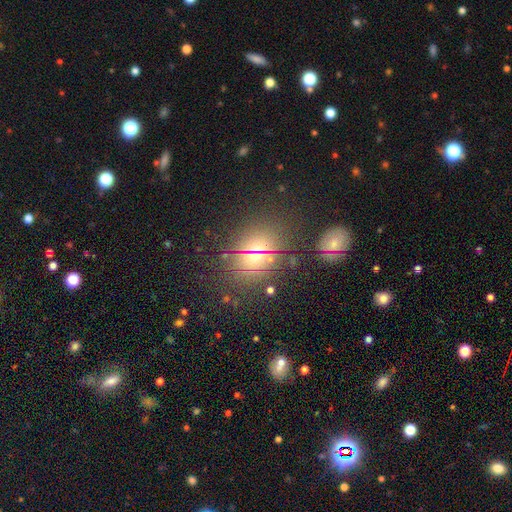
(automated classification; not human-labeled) Smooth or featured?
  - smooth: 51% *
  - star or artifact: 34%
  - featured or disk: 15%
How rounded?
  - round: 50% *
  - in between: 48%
  - cigar-shaped: 2%
Merging?
  - none: 79% *
  - minor disturbance: 11%
  - major disturbance: 5%
  - merger: 5%